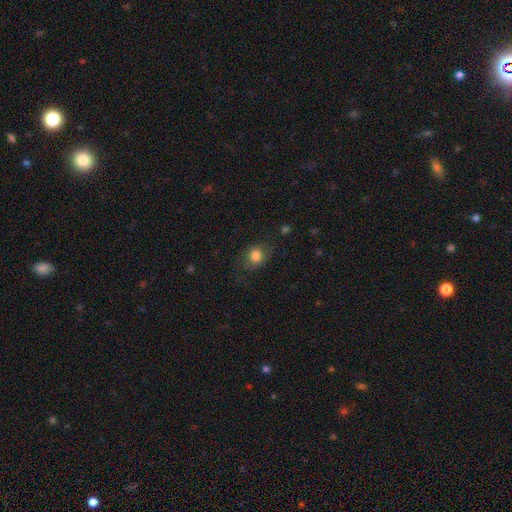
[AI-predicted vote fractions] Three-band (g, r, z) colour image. It shows a smooth galaxy with no disk features (80%) that is round (54%). Merging: none (67%).